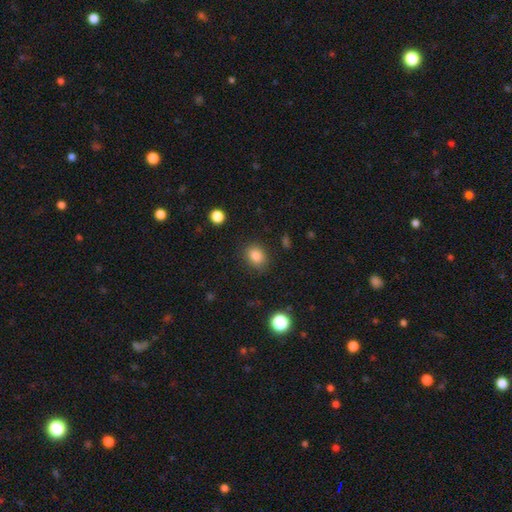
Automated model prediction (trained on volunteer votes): Q: Smooth or featured?
A: smooth (84%); runner-up: star or artifact (11%)
Q: How rounded?
A: round (53%); runner-up: in between (46%)
Q: Merging?
A: none (83%); runner-up: minor disturbance (12%)